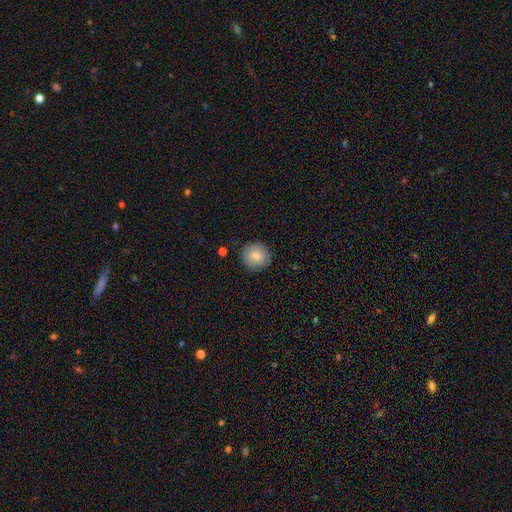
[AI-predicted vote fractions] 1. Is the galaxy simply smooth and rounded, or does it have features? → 79% smooth, 13% featured or disk, 9% star or artifact.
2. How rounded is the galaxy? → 91% round, 8% in between, 1% cigar-shaped.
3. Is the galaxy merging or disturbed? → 89% none, 8% minor disturbance, 2% major disturbance, 1% merger.